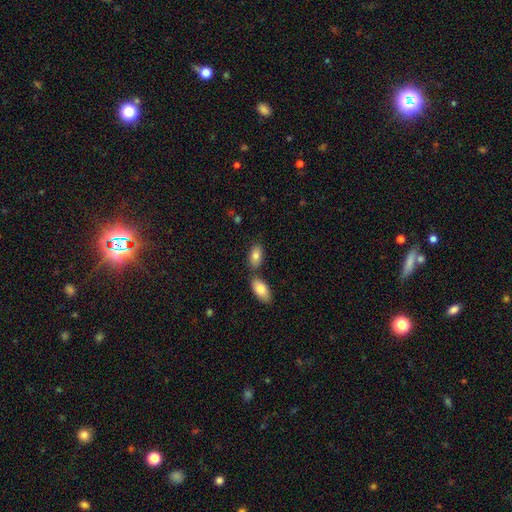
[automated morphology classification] A smooth galaxy with no disk features (82%) that is in between round and cigar-shaped (93%).

Vote fractions:
- Smooth or featured? smooth: 82% / featured or disk: 11% / star or artifact: 7%
- How rounded? in between: 93% / round: 4% / cigar-shaped: 3%
- Merging? none: 61% / merger: 25% / minor disturbance: 11% / major disturbance: 3%